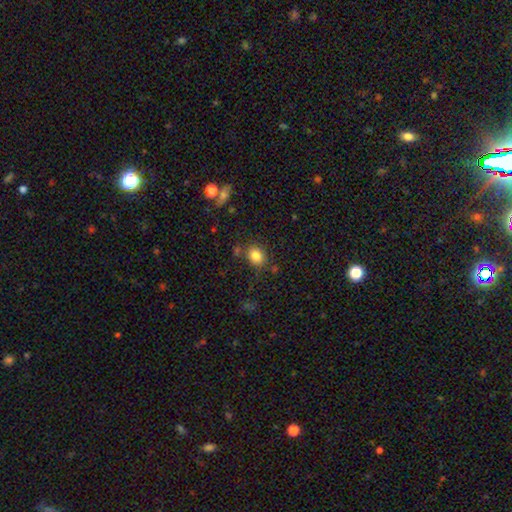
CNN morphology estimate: This appears to be a smooth galaxy with no disk features (83%) that is round (57%). Merging: none (77%).